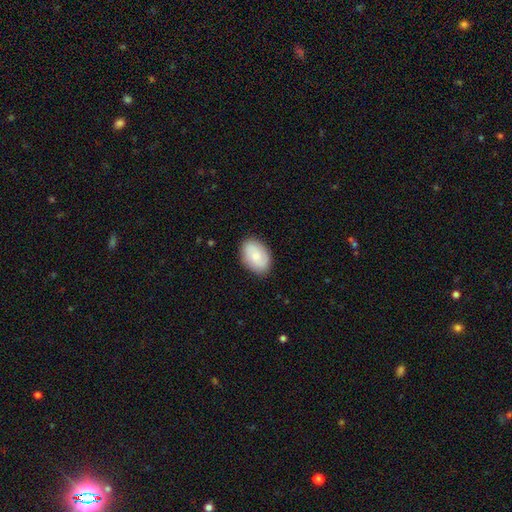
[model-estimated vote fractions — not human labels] Smooth or featured: smooth — 77% (featured or disk — 17%)
How rounded: in between — 88% (round — 11%)
Merging: none — 87% (minor disturbance — 10%)